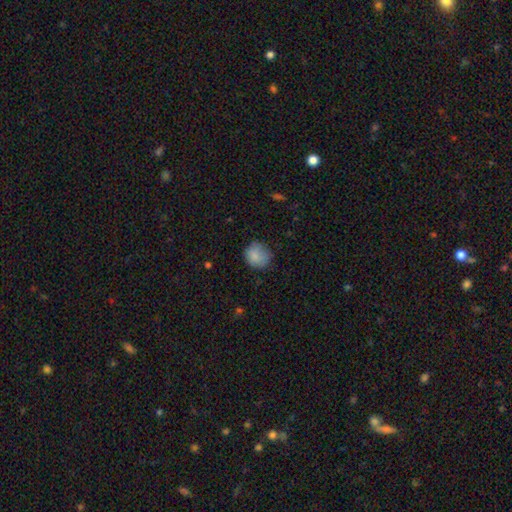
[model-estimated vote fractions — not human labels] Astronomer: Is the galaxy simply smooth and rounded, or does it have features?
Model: smooth — 84%.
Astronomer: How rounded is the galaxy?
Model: round — 78%.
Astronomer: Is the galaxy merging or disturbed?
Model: none — 67%.